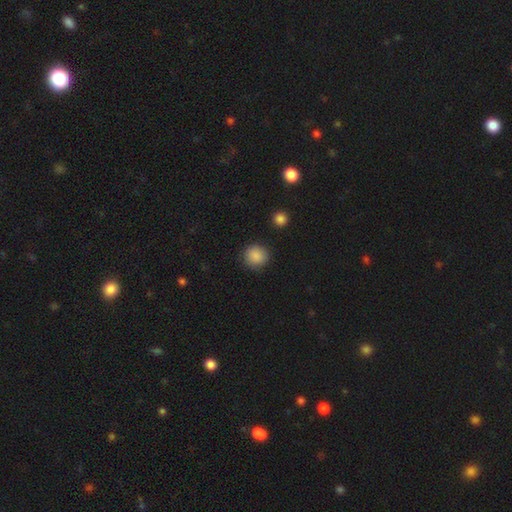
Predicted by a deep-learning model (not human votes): Smooth or featured? smooth (88%)
How rounded? round (90%)
Merging? none (87%)